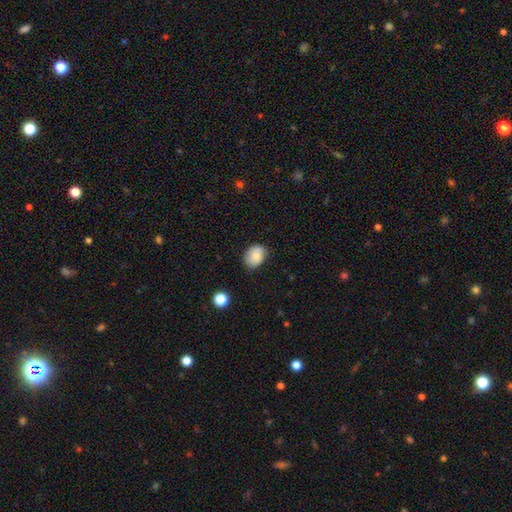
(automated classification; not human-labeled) smooth-or-featured: smooth: 82% | featured or disk: 10% | star or artifact: 8%
  how-rounded: in between: 61% | round: 38% | cigar-shaped: 1%
  merging: none: 72% | minor disturbance: 22% | major disturbance: 4% | merger: 2%